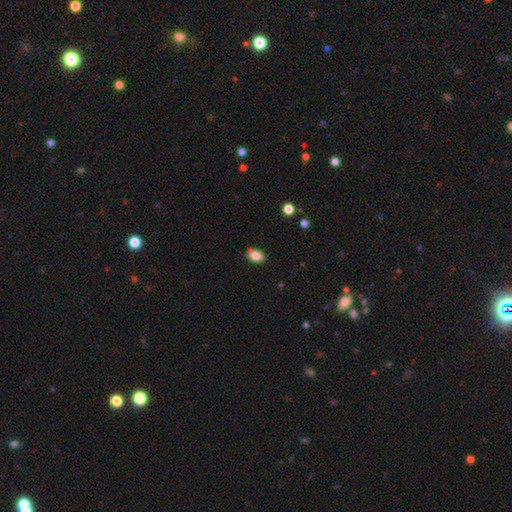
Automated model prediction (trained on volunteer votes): A smooth galaxy with no disk features (86%) that is in between round and cigar-shaped (85%). Merging: none (84%).